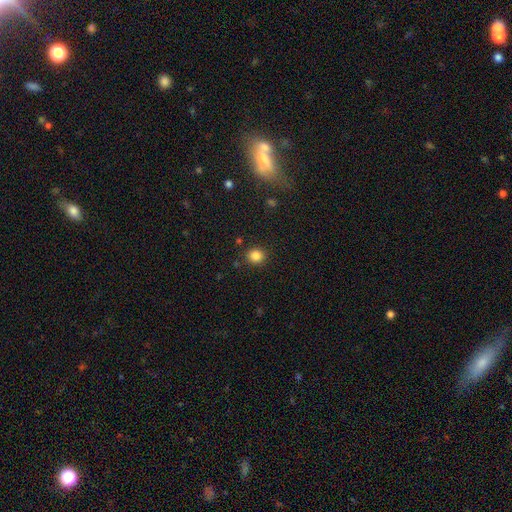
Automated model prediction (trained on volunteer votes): Smooth or featured?
  - smooth: 85% *
  - star or artifact: 11%
  - featured or disk: 4%
How rounded?
  - round: 79% *
  - in between: 20%
  - cigar-shaped: 1%
Merging?
  - none: 88% *
  - minor disturbance: 7%
  - major disturbance: 3%
  - merger: 2%